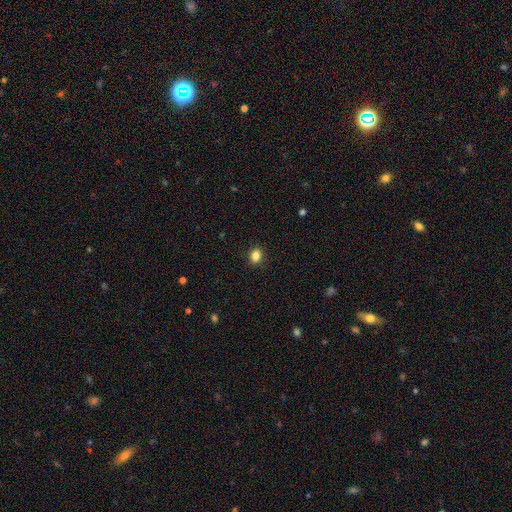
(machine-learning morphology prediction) A smooth galaxy with no disk features (85%) that is round (58%). Merging: none (90%).